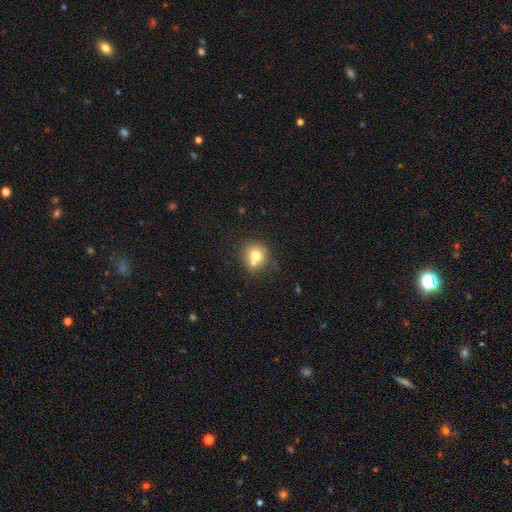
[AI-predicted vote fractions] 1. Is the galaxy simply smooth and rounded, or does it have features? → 70% smooth, 19% featured or disk, 11% star or artifact.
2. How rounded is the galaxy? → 86% round, 13% in between, 1% cigar-shaped.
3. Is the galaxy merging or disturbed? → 54% none, 32% merger, 10% minor disturbance, 3% major disturbance.